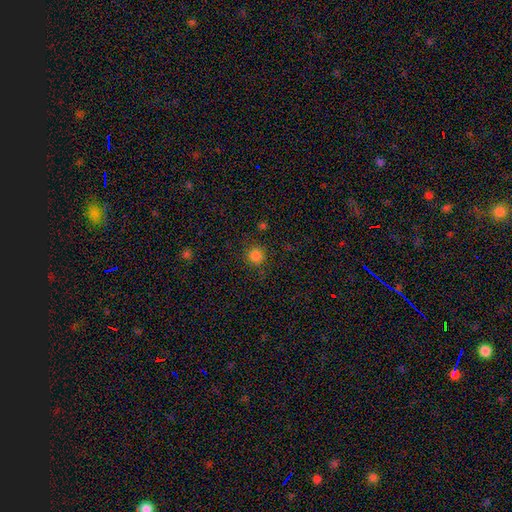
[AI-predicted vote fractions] Q: Smooth or featured?
A: smooth (82%); runner-up: star or artifact (14%)
Q: How rounded?
A: round (92%); runner-up: in between (7%)
Q: Merging?
A: none (85%); runner-up: minor disturbance (10%)